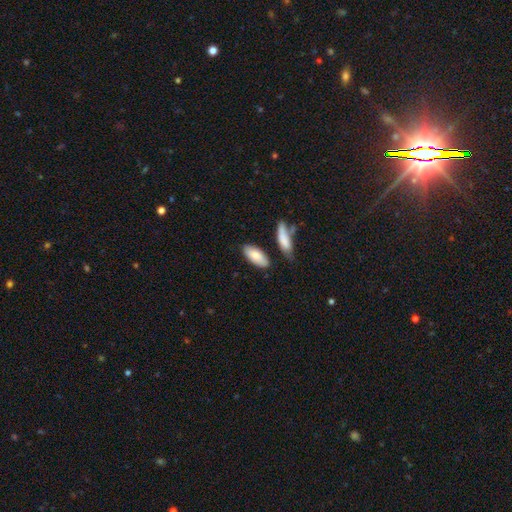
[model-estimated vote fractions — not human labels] This is clearly a smooth galaxy (81%). How rounded: clearly in between (86%). Merging: likely none (75%).